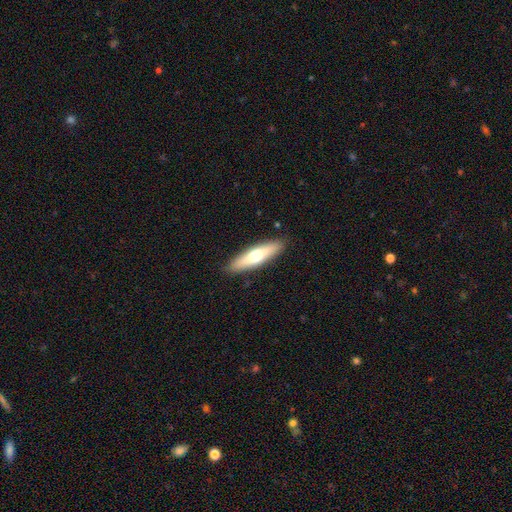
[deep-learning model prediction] Smooth or featured? smooth (56%)
How rounded? cigar-shaped (69%)
Merging? none (89%)